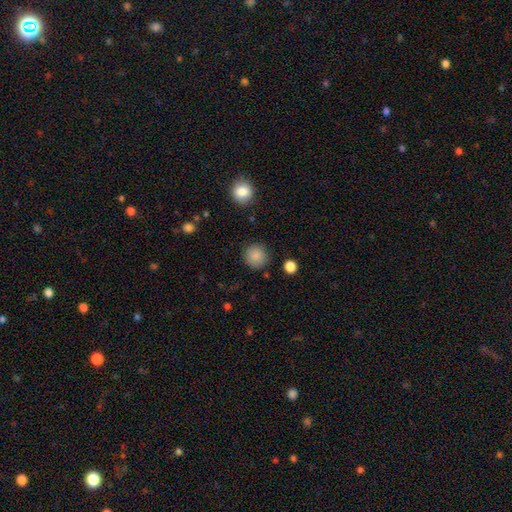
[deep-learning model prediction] Overall: smooth (87%). How rounded: round (94%). Merging: none (88%).